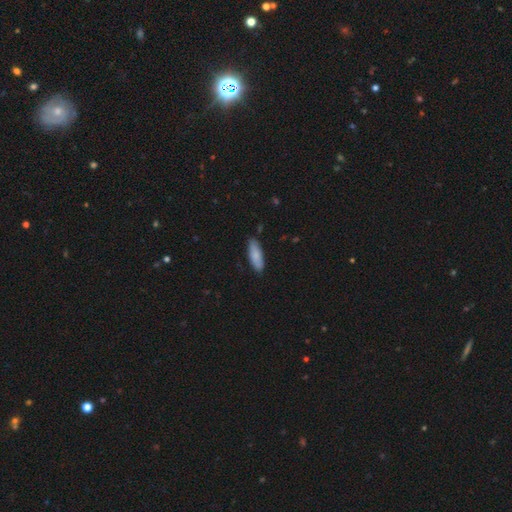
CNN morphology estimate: The model was most divided on "how rounded": in between: 58%, cigar-shaped: 40%, round: 2%. More confident: merging — none (85%); smooth or featured — smooth (84%).